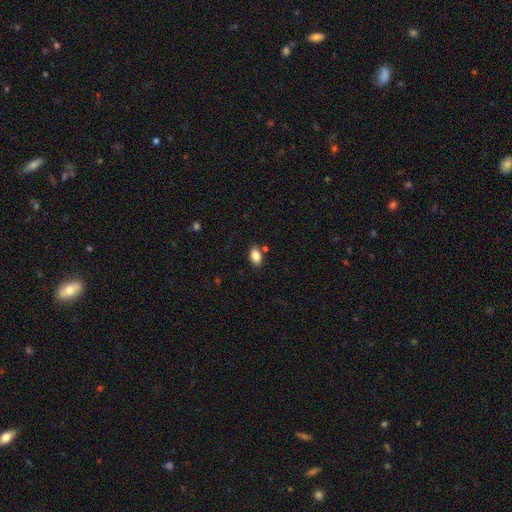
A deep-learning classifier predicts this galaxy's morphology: smooth 86%, star or artifact 8%, featured or disk 6%. Down the decision tree: how rounded — in between (91%); merging — none (81%).